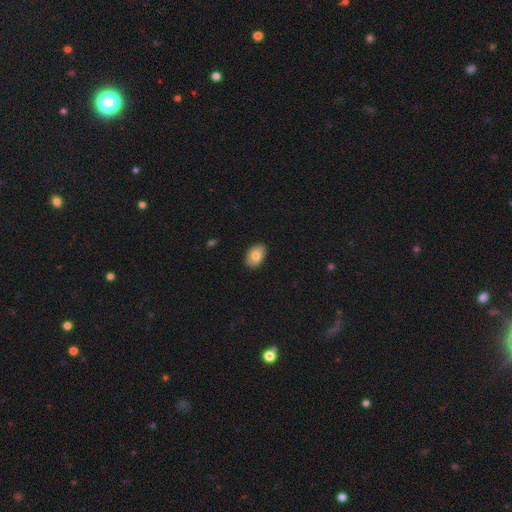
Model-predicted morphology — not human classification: type=smooth (81%); roundness=in between (88%); merging=none (89%).